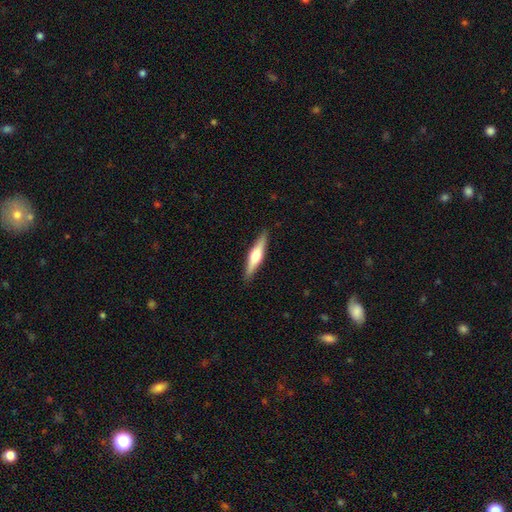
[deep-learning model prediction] A featured or disk galaxy (60%) viewed edge-on (96%) with a rounded central bulge (92%).

Vote fractions:
- Smooth or featured? featured or disk: 60% / smooth: 35% / star or artifact: 5%
- Edge-on disk? yes: 96% / no: 4%
- Edge-on bulge? rounded: 92% / boxy: 5% / none: 3%
- Merging? none: 90% / minor disturbance: 7% / major disturbance: 2% / merger: 1%